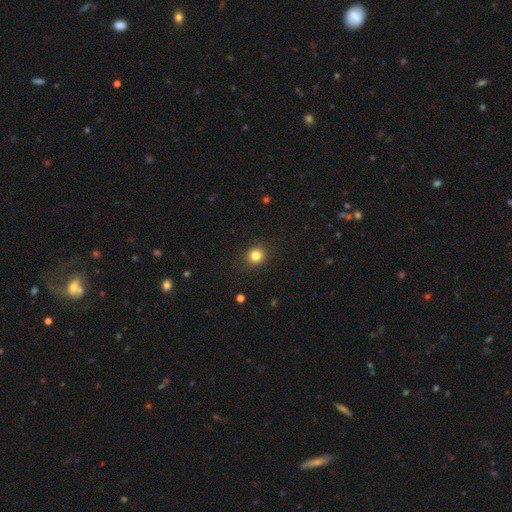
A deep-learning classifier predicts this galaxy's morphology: The model was most divided on "smooth or featured": smooth: 83%, star or artifact: 12%, featured or disk: 5%. More confident: merging — none (90%); how rounded — round (87%).